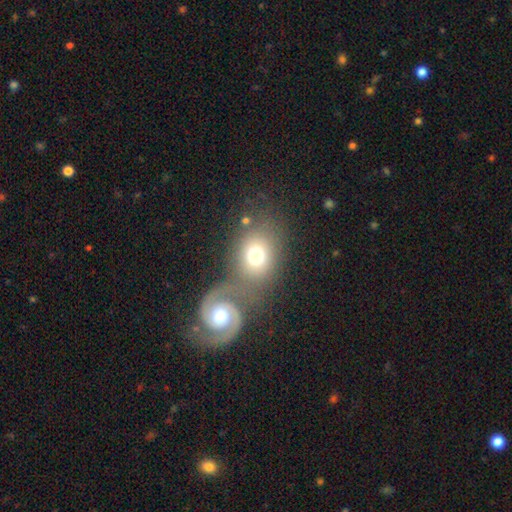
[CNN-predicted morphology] smooth-or-featured: smooth: 64% | featured or disk: 27% | star or artifact: 9%
  how-rounded: round: 50% | in between: 49% | cigar-shaped: 1%
  merging: merger: 45% | none: 38% | minor disturbance: 9% | major disturbance: 7%